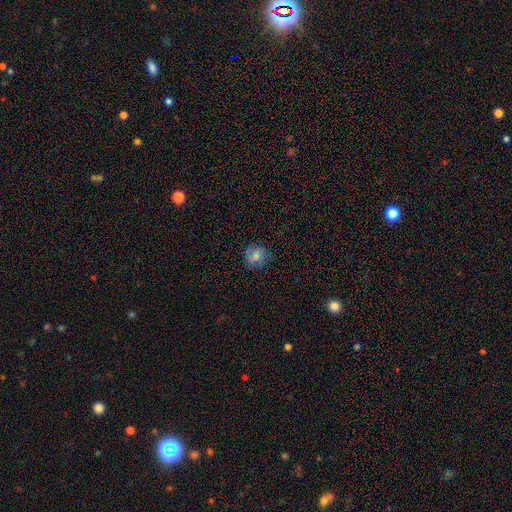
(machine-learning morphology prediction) Q: Smooth or featured?
A: smooth (68%); runner-up: star or artifact (18%)
Q: How rounded?
A: round (84%); runner-up: in between (15%)
Q: Merging?
A: none (82%); runner-up: minor disturbance (13%)